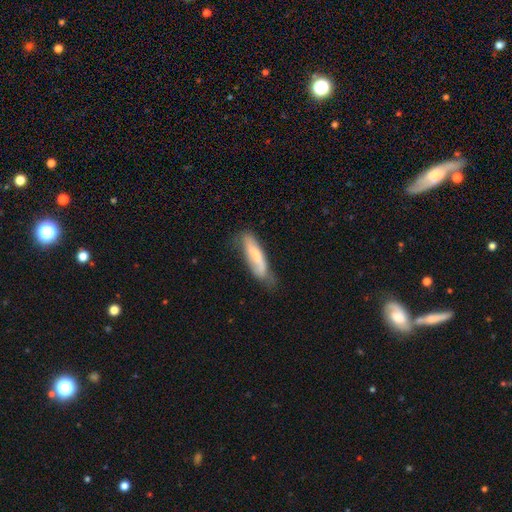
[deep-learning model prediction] smooth_or_featured: smooth (p=0.55) [alt: featured or disk p=0.39]
how_rounded: cigar-shaped (p=0.68) [alt: in between p=0.30]
merging: none (p=0.54) [alt: minor disturbance p=0.34]